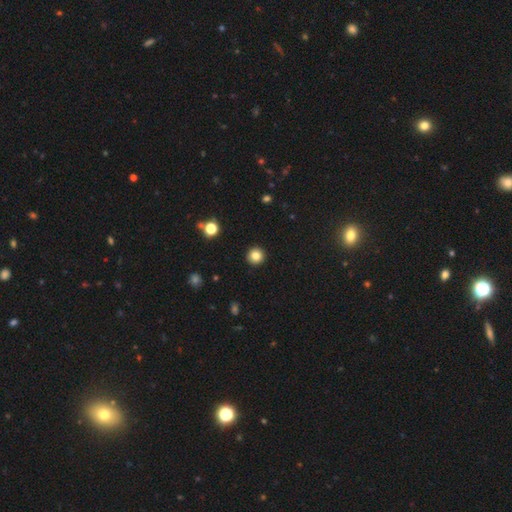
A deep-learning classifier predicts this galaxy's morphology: A smooth galaxy with no disk features (83%) that is round (95%). Merging: none (93%).